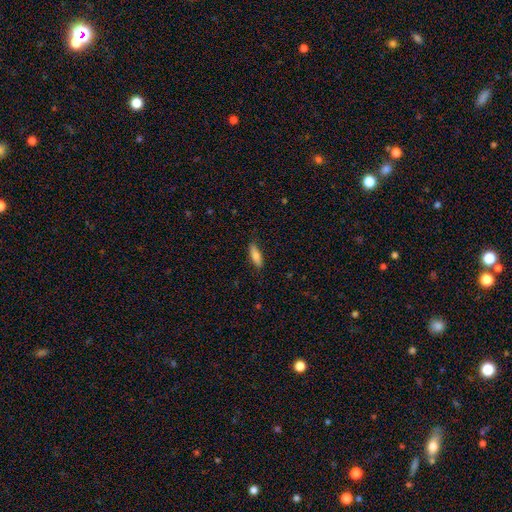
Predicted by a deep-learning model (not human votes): Q: Smooth or featured?
A: smooth (76%); runner-up: featured or disk (18%)
Q: How rounded?
A: in between (51%); runner-up: cigar-shaped (47%)
Q: Merging?
A: none (81%); runner-up: minor disturbance (15%)